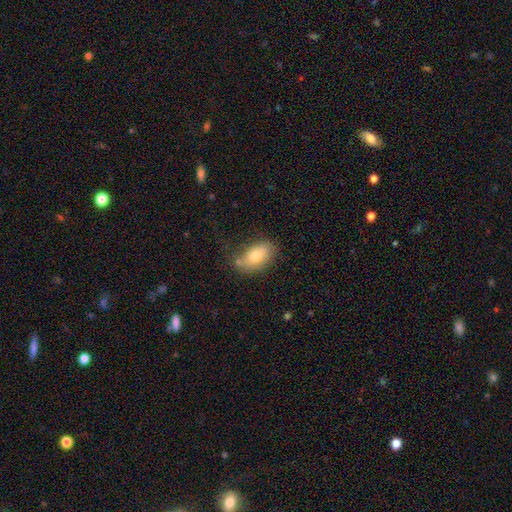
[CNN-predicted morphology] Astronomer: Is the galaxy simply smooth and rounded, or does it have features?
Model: smooth — 76%.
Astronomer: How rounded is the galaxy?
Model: in between — 90%.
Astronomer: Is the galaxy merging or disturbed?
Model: none — 67%.